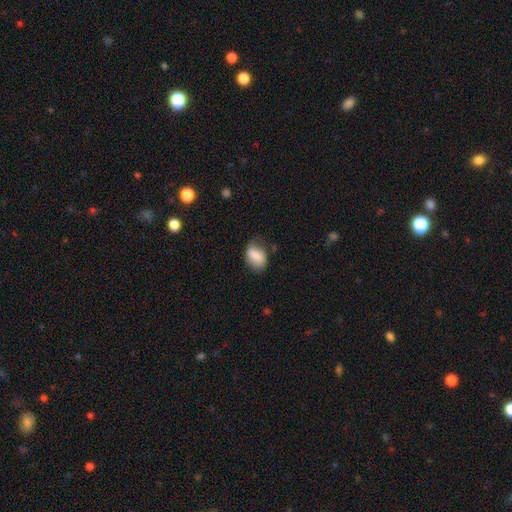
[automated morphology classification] A smooth galaxy with no disk features (80%) that is in between round and cigar-shaped (79%). Merging: none (49%).